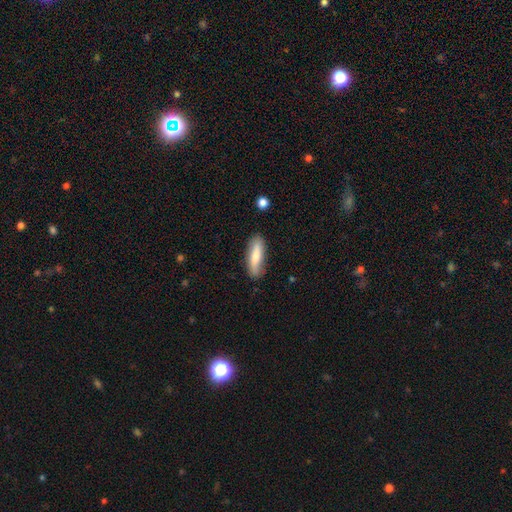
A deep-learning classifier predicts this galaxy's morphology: This is likely a smooth galaxy (70%). How rounded: possibly cigar-shaped (55%). Merging: clearly none (82%).